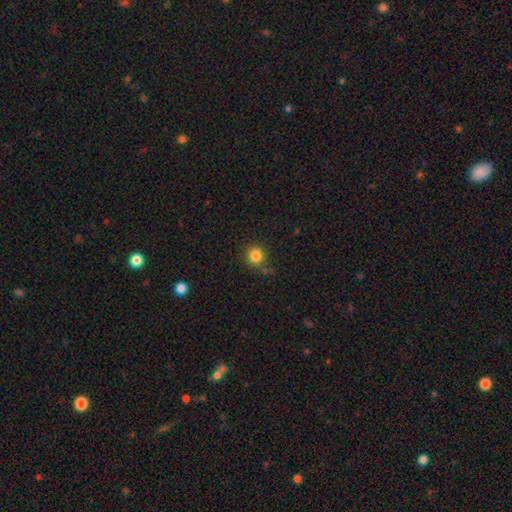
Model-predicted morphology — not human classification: Q: Smooth or featured?
A: smooth (84%); runner-up: star or artifact (12%)
Q: How rounded?
A: round (91%); runner-up: in between (8%)
Q: Merging?
A: none (81%); runner-up: minor disturbance (11%)